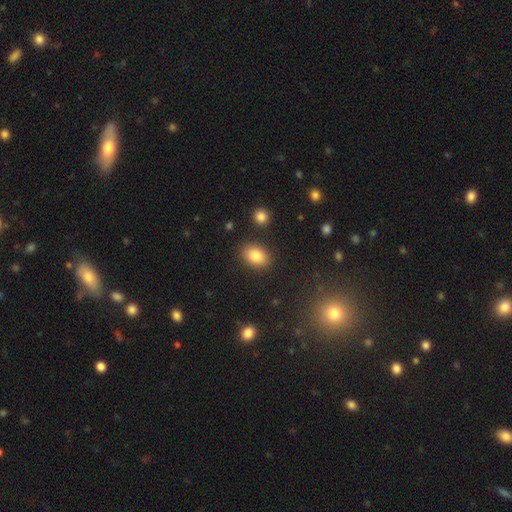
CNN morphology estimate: Smooth or featured: smooth — 84% (star or artifact — 9%)
How rounded: in between — 80% (round — 19%)
Merging: none — 86% (minor disturbance — 9%)